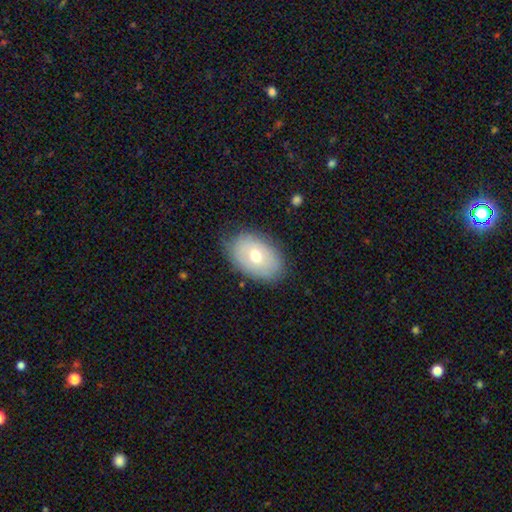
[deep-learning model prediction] smooth_or_featured: smooth (p=0.64) [alt: featured or disk p=0.28]
how_rounded: in between (p=0.84) [alt: round p=0.15]
merging: none (p=0.76) [alt: minor disturbance p=0.18]